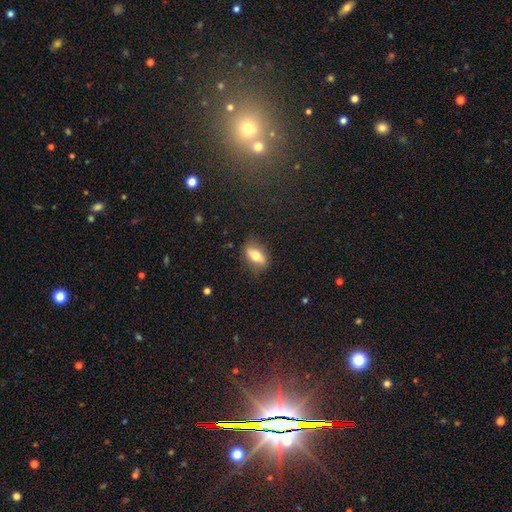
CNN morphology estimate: Smooth or featured?
  - smooth: 64% *
  - featured or disk: 28%
  - star or artifact: 8%
How rounded?
  - in between: 82% *
  - round: 10%
  - cigar-shaped: 9%
Merging?
  - none: 76% *
  - minor disturbance: 17%
  - major disturbance: 5%
  - merger: 1%